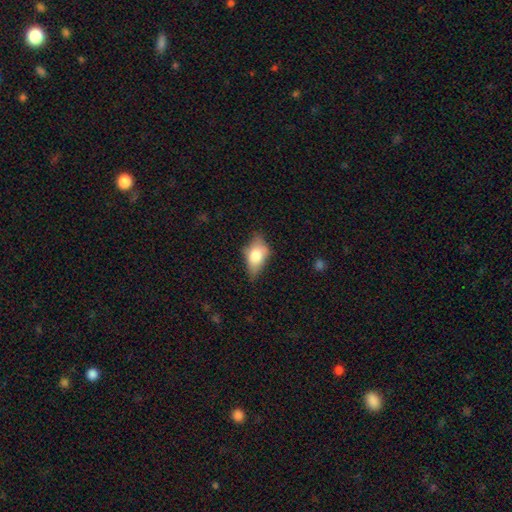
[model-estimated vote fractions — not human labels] Smooth or featured: smooth — 72% (featured or disk — 20%)
How rounded: in between — 88% (round — 7%)
Merging: none — 46% (minor disturbance — 38%)